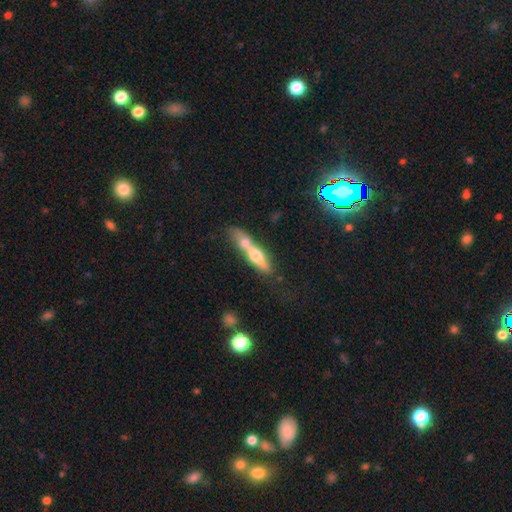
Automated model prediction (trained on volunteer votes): This appears to be a smooth galaxy with no disk features (49%). Merging: merger (57%).